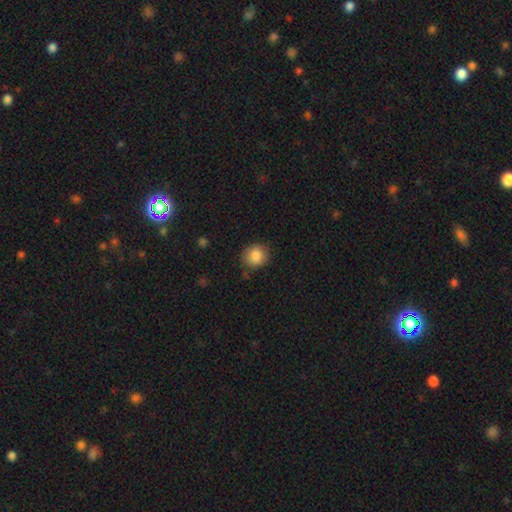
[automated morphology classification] The model was most divided on "how rounded": round: 78%, in between: 21%, cigar-shaped: 1%. More confident: smooth or featured — smooth (86%); merging — none (81%).